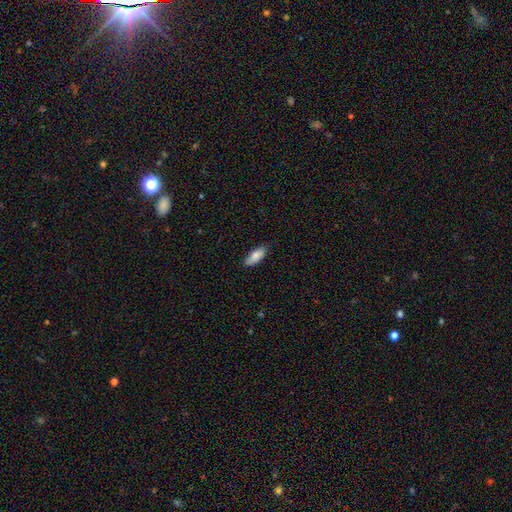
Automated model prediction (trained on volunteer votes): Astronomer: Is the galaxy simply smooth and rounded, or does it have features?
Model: smooth — 83%.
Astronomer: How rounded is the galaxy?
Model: in between — 76%.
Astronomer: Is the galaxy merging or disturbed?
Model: none — 83%.